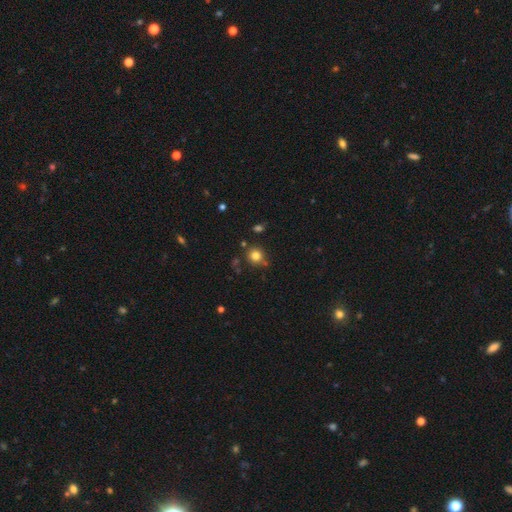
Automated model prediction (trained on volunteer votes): Q: Smooth or featured?
A: smooth (80%); runner-up: star or artifact (14%)
Q: How rounded?
A: round (88%); runner-up: in between (11%)
Q: Merging?
A: none (77%); runner-up: minor disturbance (12%)